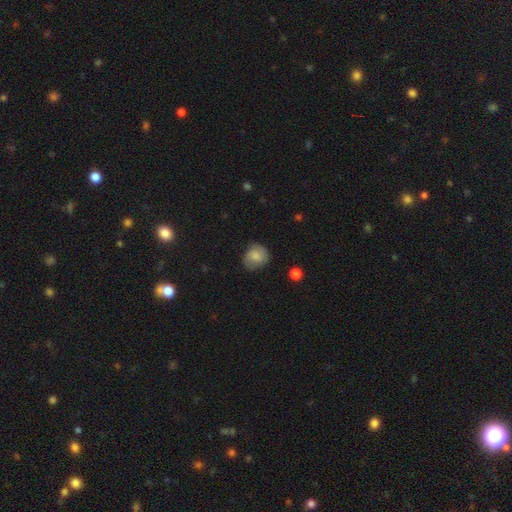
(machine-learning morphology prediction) Q: Smooth or featured?
A: smooth (74%); runner-up: featured or disk (19%)
Q: How rounded?
A: round (73%); runner-up: in between (26%)
Q: Merging?
A: none (66%); runner-up: minor disturbance (25%)